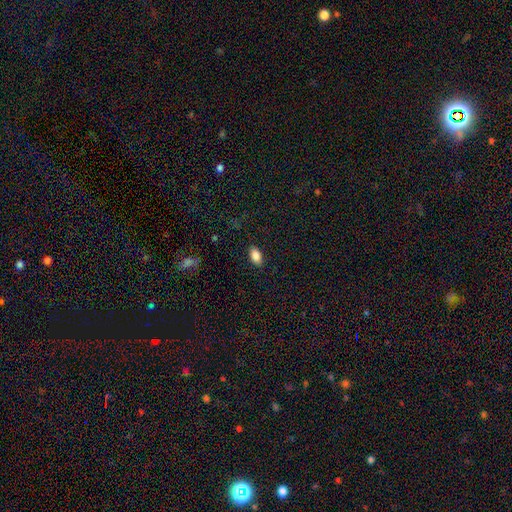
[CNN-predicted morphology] This is clearly a smooth galaxy (86%). How rounded: clearly in between (91%). Merging: clearly none (87%).